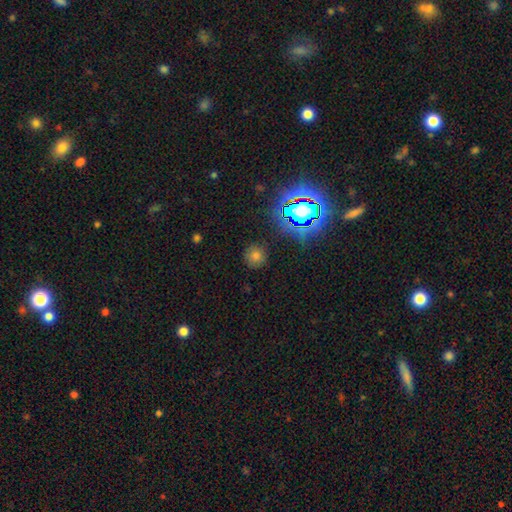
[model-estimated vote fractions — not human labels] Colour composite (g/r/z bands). It shows a smooth galaxy with no disk features (62%) that is round (91%). Merging: none (86%).